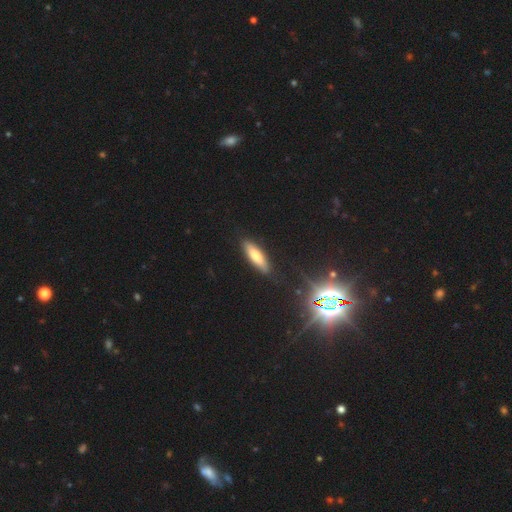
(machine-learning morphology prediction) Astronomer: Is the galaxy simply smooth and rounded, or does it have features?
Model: smooth — 69%.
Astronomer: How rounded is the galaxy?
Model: cigar-shaped — 62%.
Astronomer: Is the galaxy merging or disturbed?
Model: none — 86%.